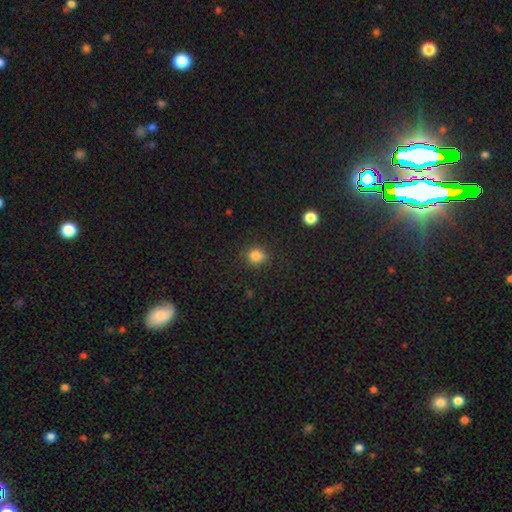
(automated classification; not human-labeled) Smooth or featured: smooth — 84% (star or artifact — 12%)
How rounded: round — 79% (in between — 20%)
Merging: none — 86% (minor disturbance — 10%)